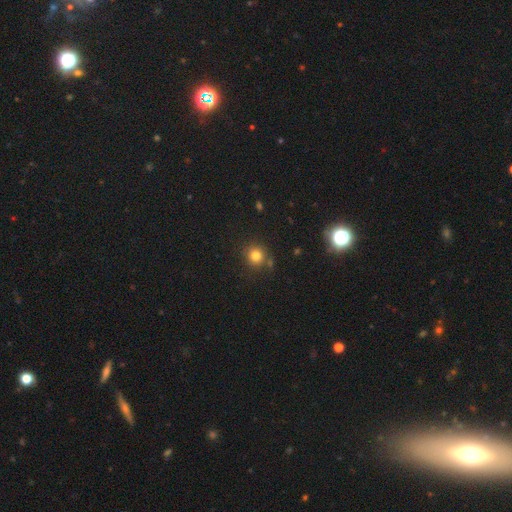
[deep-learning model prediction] A smooth galaxy with no disk features (79%) that is round (92%).

Vote fractions:
- Smooth or featured? smooth: 79% / star or artifact: 14% / featured or disk: 7%
- How rounded? round: 92% / in between: 8% / cigar-shaped: 1%
- Merging? none: 80% / minor disturbance: 10% / merger: 7% / major disturbance: 3%